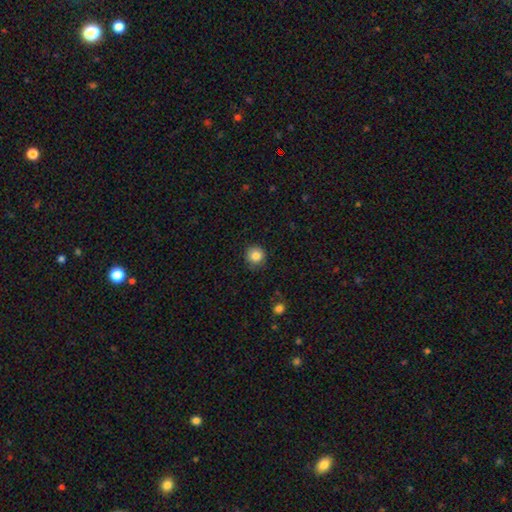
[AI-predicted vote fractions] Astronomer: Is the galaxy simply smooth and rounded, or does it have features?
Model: smooth — 85%.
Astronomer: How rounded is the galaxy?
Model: round — 94%.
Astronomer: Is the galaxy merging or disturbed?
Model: none — 87%.